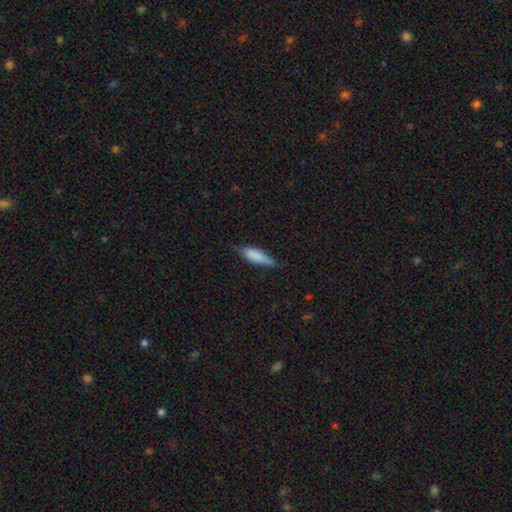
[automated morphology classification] Smooth or featured? smooth (79%)
How rounded? cigar-shaped (54%)
Merging? none (65%)